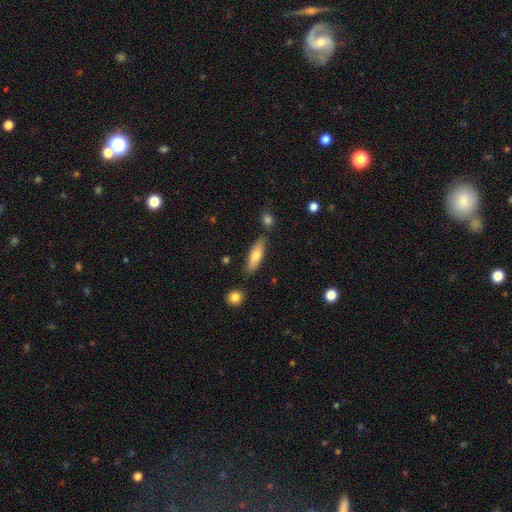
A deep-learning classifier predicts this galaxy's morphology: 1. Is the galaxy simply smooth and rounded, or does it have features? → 70% smooth, 24% featured or disk, 6% star or artifact.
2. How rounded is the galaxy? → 49% cigar-shaped (tied), 49% in between (tied), 2% round.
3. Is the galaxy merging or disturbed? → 78% none, 13% minor disturbance, 6% merger, 3% major disturbance.